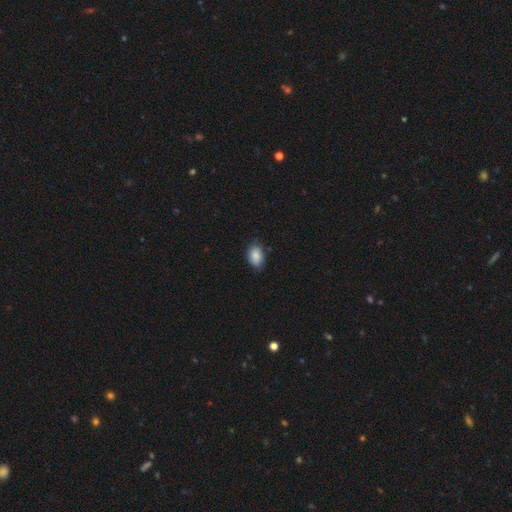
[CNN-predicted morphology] Smooth or featured?
  - smooth: 86% *
  - star or artifact: 7%
  - featured or disk: 7%
How rounded?
  - in between: 84% *
  - round: 15%
  - cigar-shaped: 1%
Merging?
  - none: 75% *
  - minor disturbance: 20%
  - major disturbance: 3%
  - merger: 1%